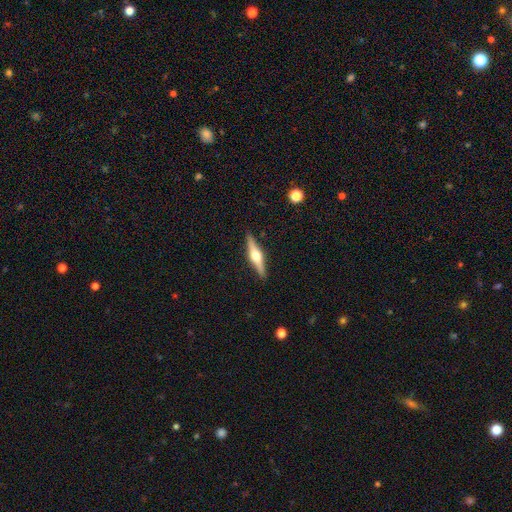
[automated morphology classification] This appears to be a featured or disk galaxy (72%) viewed edge-on (98%) with a rounded central bulge (95%). Merging: none (91%).